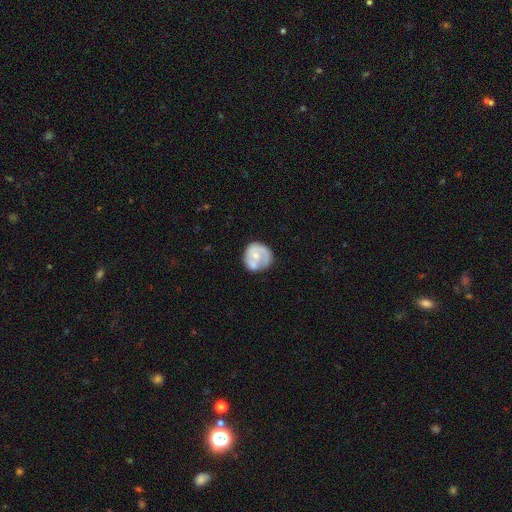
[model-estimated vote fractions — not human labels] Smooth or featured? Predicted: featured or disk (p=0.48). Merging? Predicted: none (p=0.54).